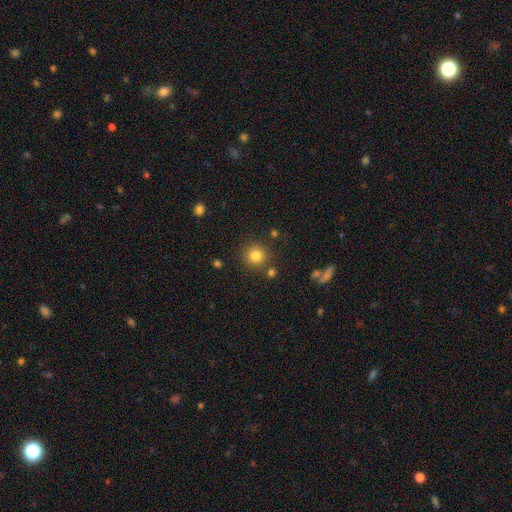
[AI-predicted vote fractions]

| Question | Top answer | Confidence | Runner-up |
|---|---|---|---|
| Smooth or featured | smooth | 82% | star or artifact (12%) |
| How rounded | round | 93% | in between (6%) |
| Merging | none | 84% | minor disturbance (8%) |